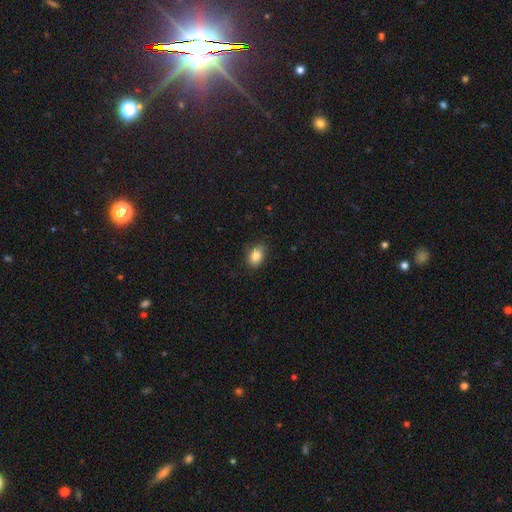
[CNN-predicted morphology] Smooth or featured? smooth (84%)
How rounded? in between (74%)
Merging? none (79%)